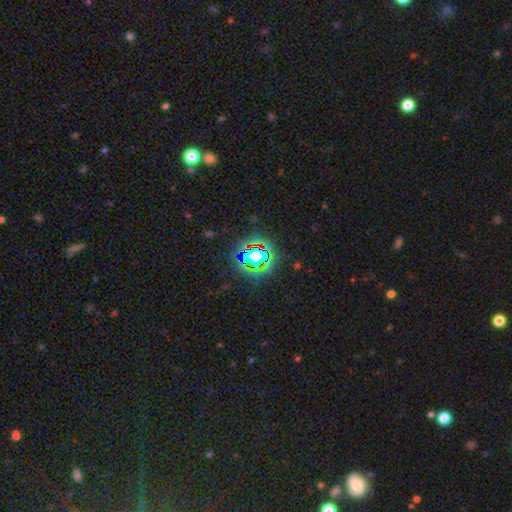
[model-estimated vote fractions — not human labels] A star or artifact, not a galaxy (72%).